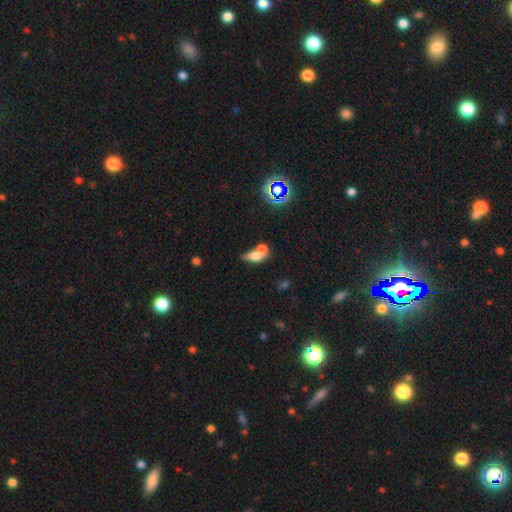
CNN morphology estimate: This is likely a smooth galaxy (64%). How rounded: likely in between (76%). Merging: possibly merger (55%).